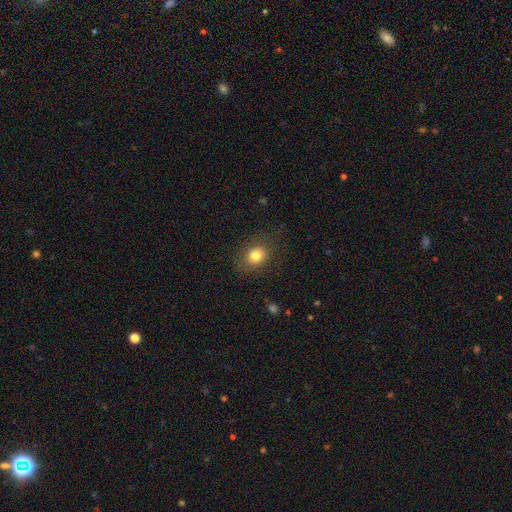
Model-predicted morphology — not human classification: Overall: smooth (80%). How rounded: round (56%; in between 43%). Merging: none (79%).